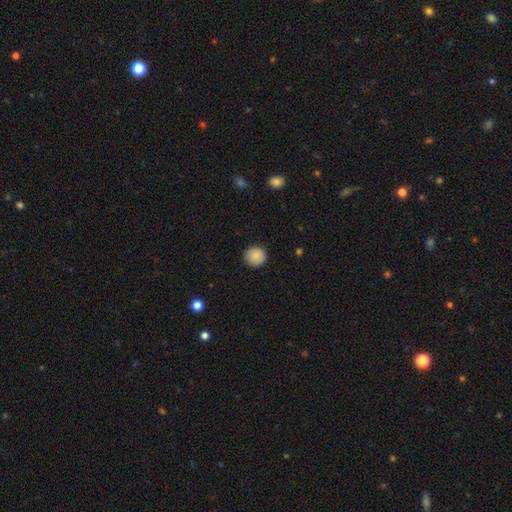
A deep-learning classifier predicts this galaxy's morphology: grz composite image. It shows a smooth galaxy with no disk features (87%) that is round (92%). Merging: none (89%).